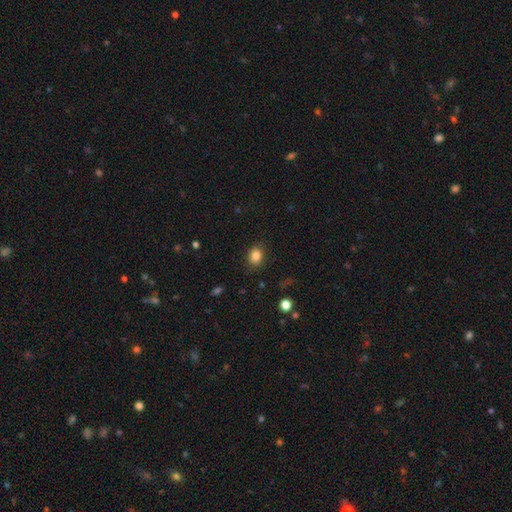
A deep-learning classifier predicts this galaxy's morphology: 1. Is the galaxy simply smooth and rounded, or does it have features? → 85% smooth, 10% star or artifact, 5% featured or disk.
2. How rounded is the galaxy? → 50% in between, 49% round, 1% cigar-shaped.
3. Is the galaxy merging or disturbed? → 83% none, 12% minor disturbance, 4% major disturbance, 1% merger.